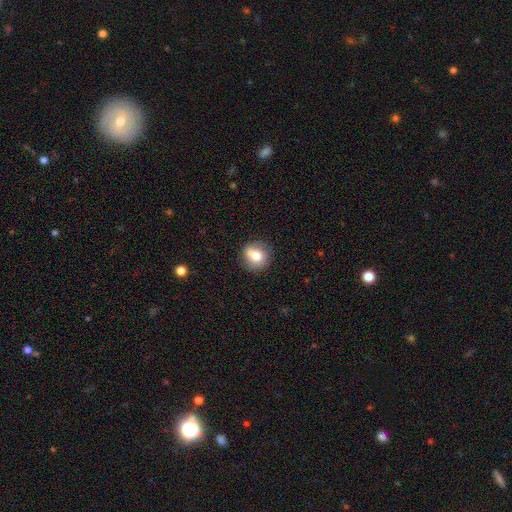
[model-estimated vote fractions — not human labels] smooth-or-featured: smooth: 73% | featured or disk: 18% | star or artifact: 9%
  how-rounded: round: 82% | in between: 17% | cigar-shaped: 1%
  merging: none: 76% | minor disturbance: 17% | major disturbance: 5% | merger: 2%